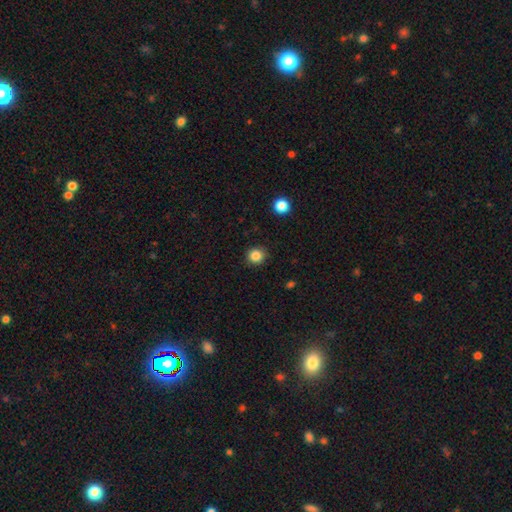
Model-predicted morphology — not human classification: Q: Smooth or featured?
A: smooth (85%); runner-up: star or artifact (11%)
Q: How rounded?
A: round (90%); runner-up: in between (9%)
Q: Merging?
A: none (90%); runner-up: minor disturbance (6%)